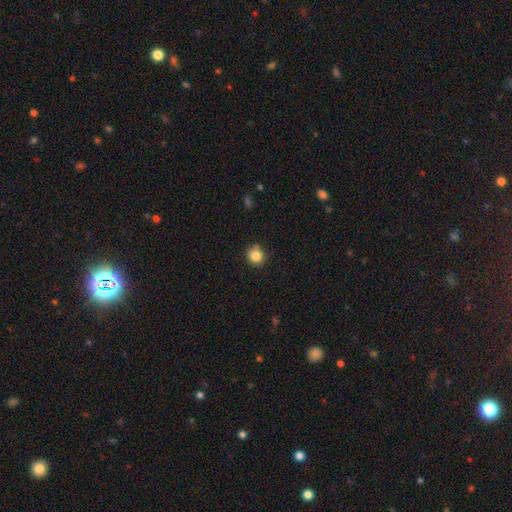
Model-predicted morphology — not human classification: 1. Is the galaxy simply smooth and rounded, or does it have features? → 84% smooth, 11% star or artifact, 5% featured or disk.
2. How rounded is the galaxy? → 88% round, 11% in between, 1% cigar-shaped.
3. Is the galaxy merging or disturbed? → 83% none, 13% minor disturbance, 2% major disturbance, 2% merger.